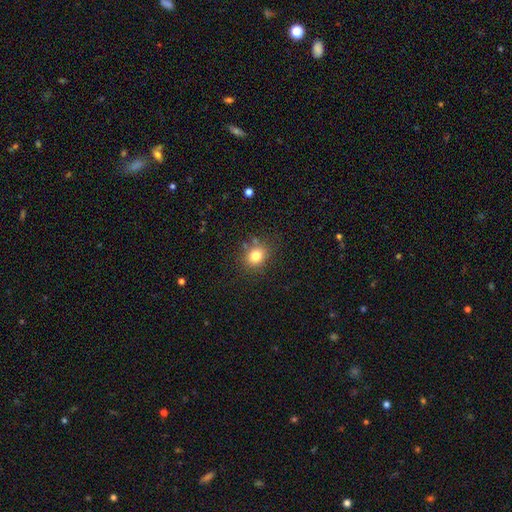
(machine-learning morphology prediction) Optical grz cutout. It shows a smooth galaxy with no disk features (79%) that is round (68%). Merging: none (79%).